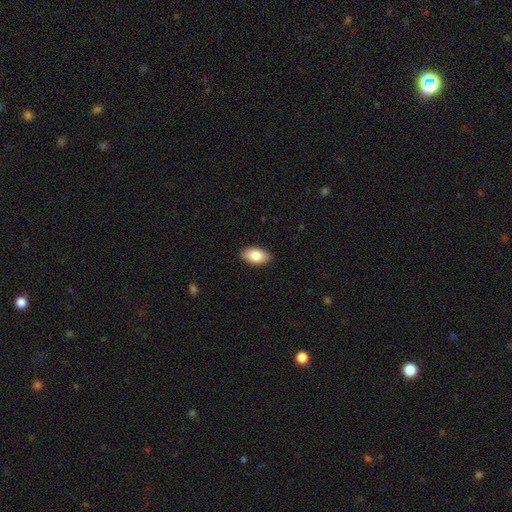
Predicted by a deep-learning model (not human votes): Smooth or featured: smooth — 84% (featured or disk — 9%)
How rounded: in between — 94% (round — 5%)
Merging: none — 89% (minor disturbance — 8%)